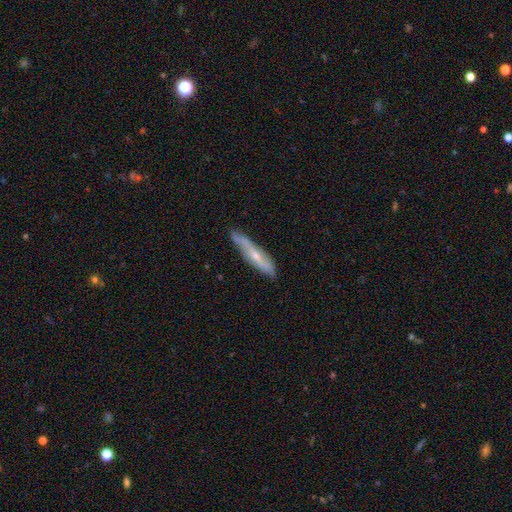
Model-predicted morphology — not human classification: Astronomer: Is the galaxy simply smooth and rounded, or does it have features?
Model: featured or disk — 57% (runner-up: smooth, 36%).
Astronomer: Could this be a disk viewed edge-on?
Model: yes — 60% (runner-up: no, 40%).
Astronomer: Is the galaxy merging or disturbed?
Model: none — 73%.